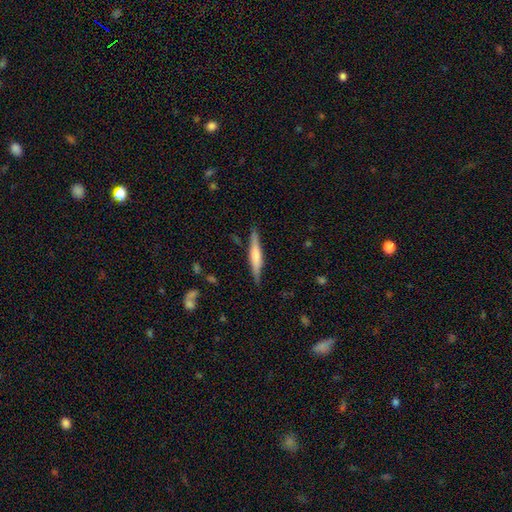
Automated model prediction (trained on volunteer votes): smooth-or-featured: featured or disk: 52% | smooth: 42% | star or artifact: 6%
  disk-edge-on: yes: 96% | no: 4%
    edge-on-bulge: rounded: 43% | boxy: 33% | none: 24%
  merging: none: 86% | minor disturbance: 11% | major disturbance: 2% | merger: 1%